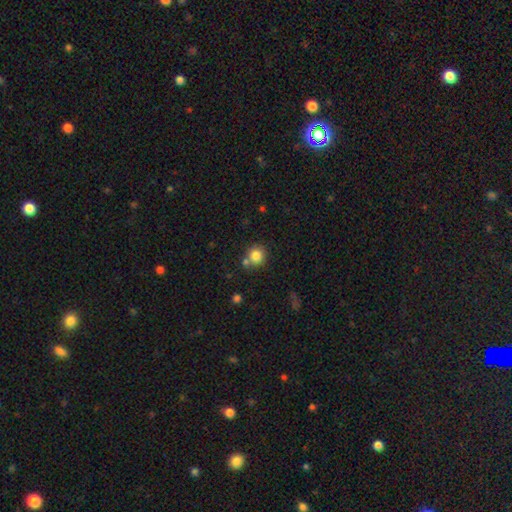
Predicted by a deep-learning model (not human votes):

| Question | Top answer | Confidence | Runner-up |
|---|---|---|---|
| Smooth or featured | smooth | 82% | star or artifact (11%) |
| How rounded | round | 90% | in between (9%) |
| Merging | none | 70% | merger (17%) |